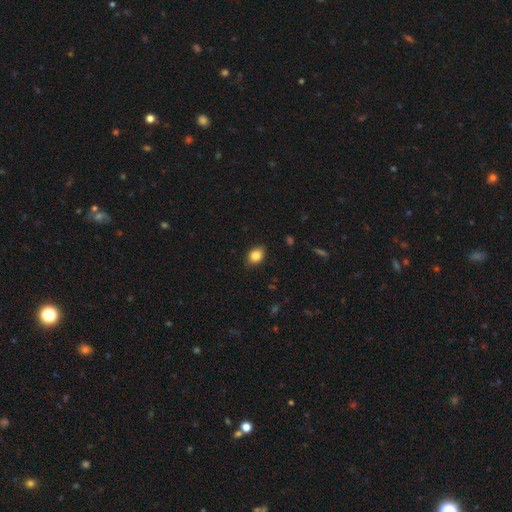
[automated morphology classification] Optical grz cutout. It shows a smooth galaxy with no disk features (85%) that is in between round and cigar-shaped (66%). Merging: none (84%).